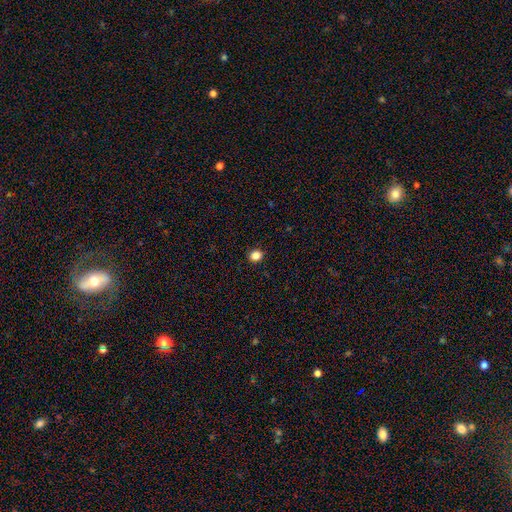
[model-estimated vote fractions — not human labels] This appears to be a smooth galaxy with no disk features (85%) that is round (83%). Merging: none (93%).